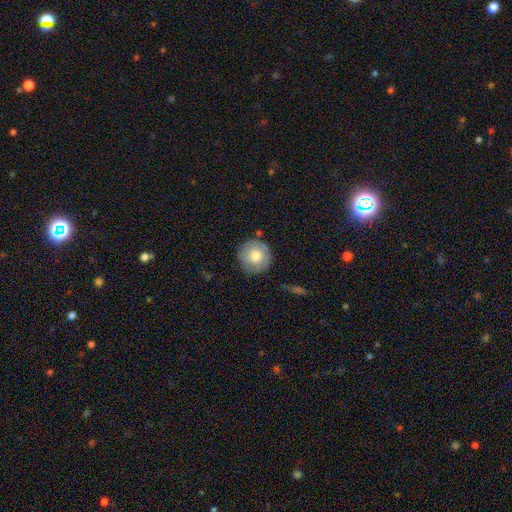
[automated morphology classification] This appears to be a smooth galaxy with no disk features (72%) that is round (95%). Merging: none (80%).